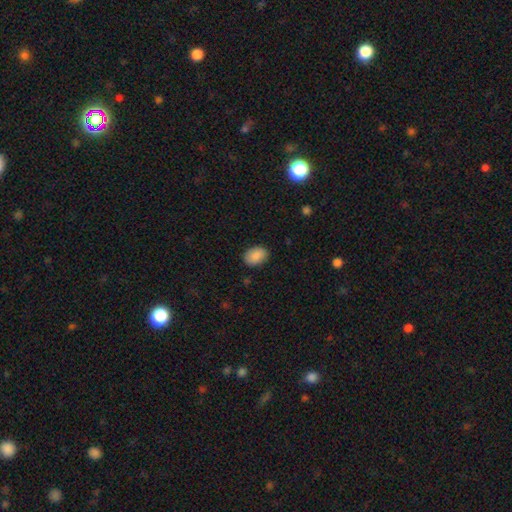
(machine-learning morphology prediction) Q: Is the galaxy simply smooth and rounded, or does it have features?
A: smooth — 88%.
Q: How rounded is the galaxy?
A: in between — 77%.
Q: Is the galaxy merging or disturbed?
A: none — 87%.